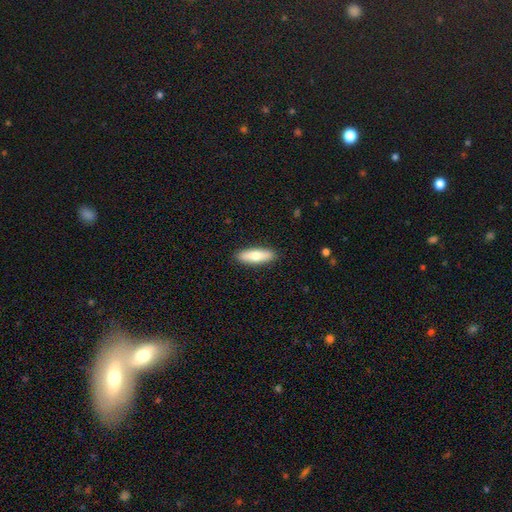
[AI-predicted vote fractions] Smooth or featured? Predicted: smooth (p=0.72). How rounded? Predicted: cigar-shaped (p=0.50). Merging? Predicted: none (p=0.90).